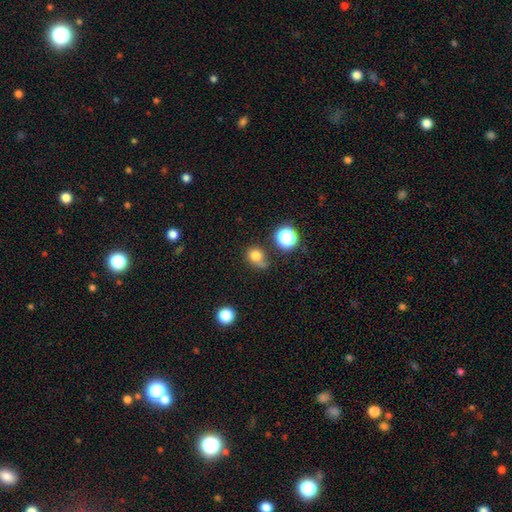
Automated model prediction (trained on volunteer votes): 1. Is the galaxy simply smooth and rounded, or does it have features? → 78% smooth, 14% star or artifact, 8% featured or disk.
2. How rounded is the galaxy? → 75% round, 24% in between, 1% cigar-shaped.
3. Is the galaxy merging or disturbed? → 48% none, 27% minor disturbance, 15% major disturbance, 11% merger.